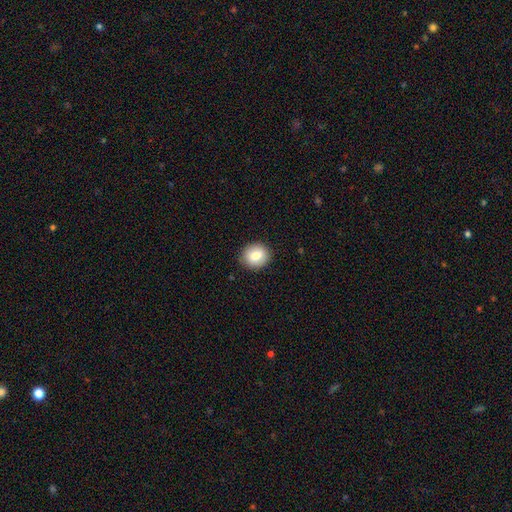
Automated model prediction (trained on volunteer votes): Smooth or featured? smooth (81%)
How rounded? round (72%)
Merging? none (89%)